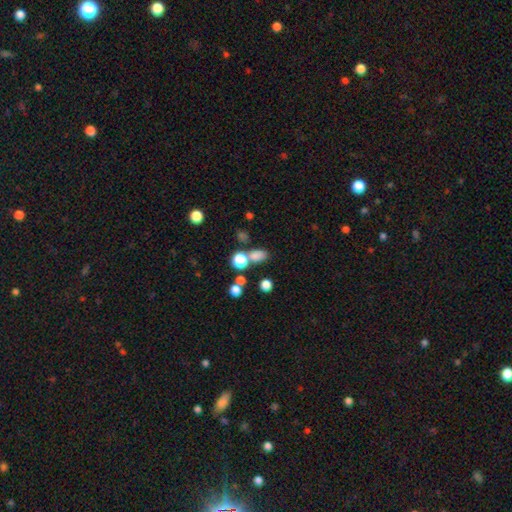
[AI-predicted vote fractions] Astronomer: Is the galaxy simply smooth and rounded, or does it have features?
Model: smooth — 75%.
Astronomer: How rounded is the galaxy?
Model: in between — 66%.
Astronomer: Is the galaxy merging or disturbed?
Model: none — 63%.